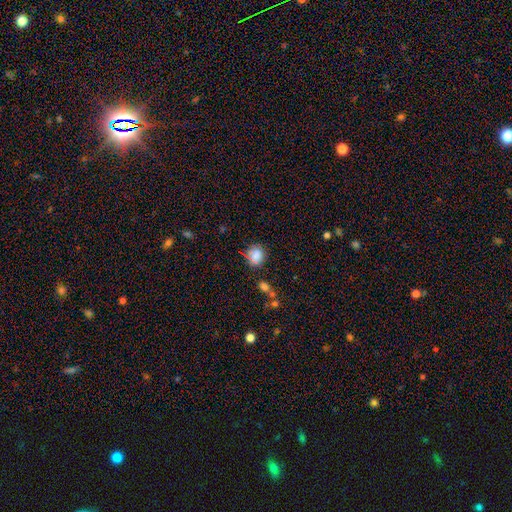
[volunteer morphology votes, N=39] Overall: smooth (74%). How rounded: round (83%). Merging: none (86%).